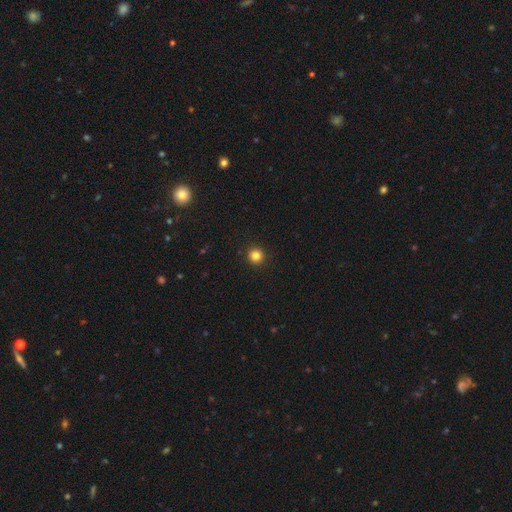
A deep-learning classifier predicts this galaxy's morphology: A smooth galaxy with no disk features (84%) that is round (95%). Merging: none (93%).